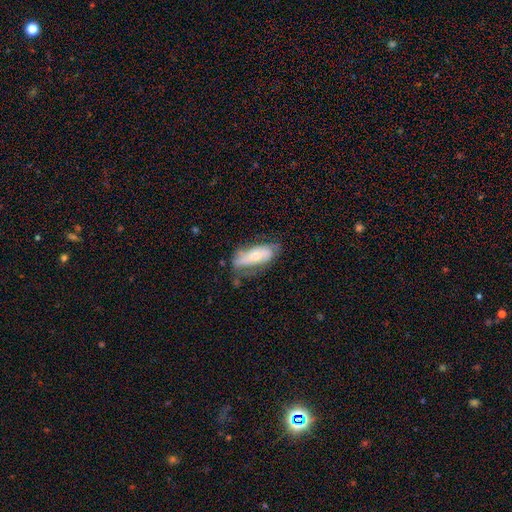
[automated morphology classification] A smooth galaxy with no disk features (52%) that is in between round and cigar-shaped (77%).

Vote fractions:
- Smooth or featured? smooth: 52% / featured or disk: 41% / star or artifact: 7%
- How rounded? in between: 77% / cigar-shaped: 21% / round: 2%
- Merging? none: 48% / minor disturbance: 33% / major disturbance: 15% / merger: 4%